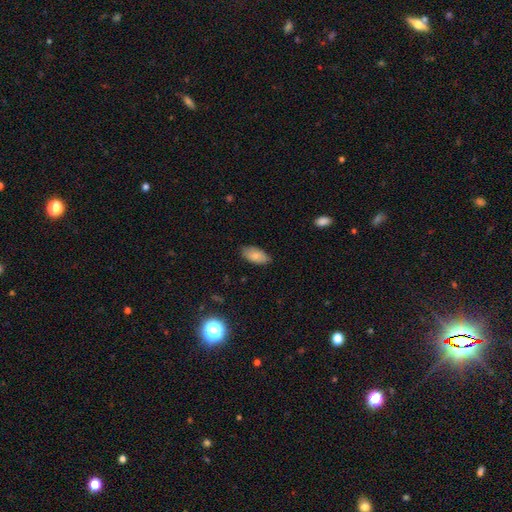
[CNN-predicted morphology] Overall: smooth (81%). How rounded: in between (93%). Merging: none (80%).